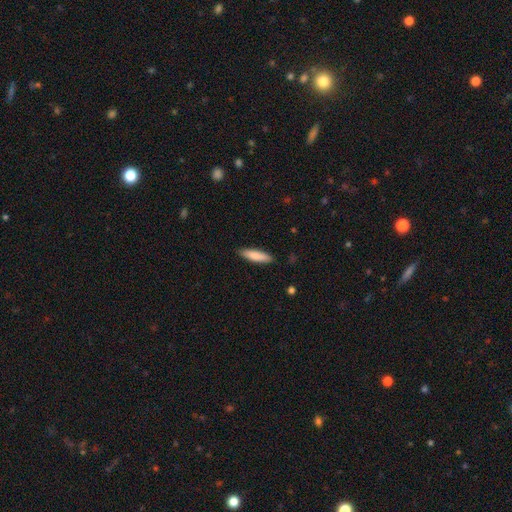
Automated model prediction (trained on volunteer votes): Overall: smooth (84%). How rounded: cigar-shaped (70%). Merging: none (88%).